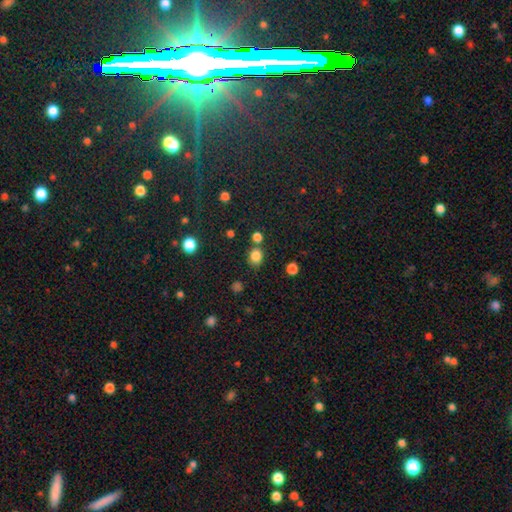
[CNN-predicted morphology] The model was most divided on "how rounded": round: 62%, in between: 37%, cigar-shaped: 1%. More confident: smooth or featured — smooth (81%); merging — none (70%).